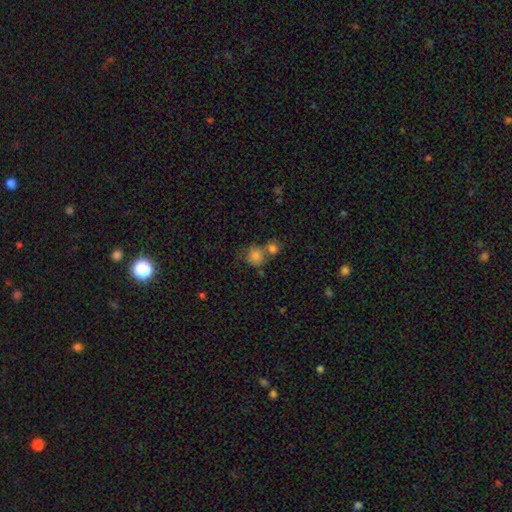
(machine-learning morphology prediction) smooth_or_featured: smooth (p=0.81) [alt: star or artifact p=0.12]
how_rounded: round (p=0.82) [alt: in between p=0.17]
merging: none (p=0.46) [alt: merger p=0.38]